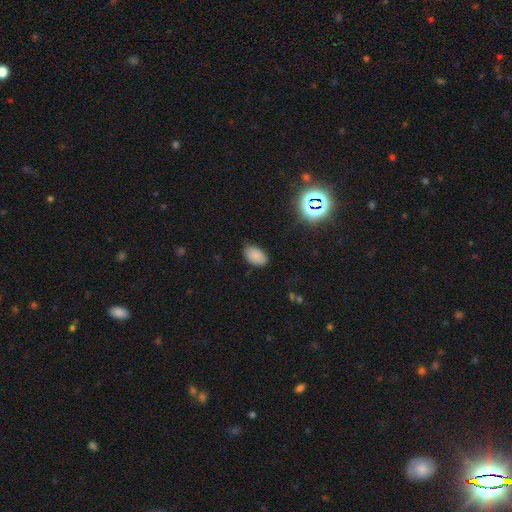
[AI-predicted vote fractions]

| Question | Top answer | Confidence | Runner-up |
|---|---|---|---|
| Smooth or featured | smooth | 82% | star or artifact (12%) |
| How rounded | in between | 91% | round (8%) |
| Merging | none | 78% | minor disturbance (17%) |